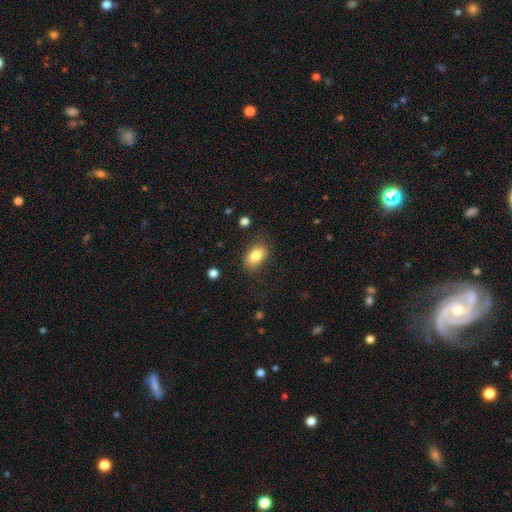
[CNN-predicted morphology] smooth-or-featured: smooth: 82% | featured or disk: 9% | star or artifact: 8%
  how-rounded: in between: 86% | round: 13% | cigar-shaped: 2%
  merging: none: 82% | minor disturbance: 13% | major disturbance: 4% | merger: 1%